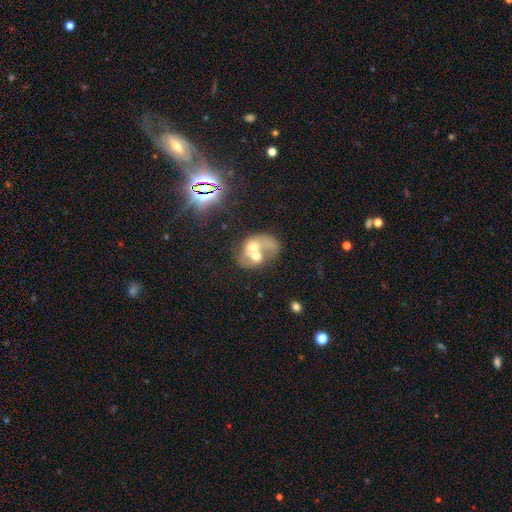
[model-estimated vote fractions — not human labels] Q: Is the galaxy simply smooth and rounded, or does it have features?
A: featured or disk — 52%.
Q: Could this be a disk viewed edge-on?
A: no — 97%.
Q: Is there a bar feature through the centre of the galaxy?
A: no — 86%.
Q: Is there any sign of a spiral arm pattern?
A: no — 72%.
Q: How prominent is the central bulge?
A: moderate — 60%.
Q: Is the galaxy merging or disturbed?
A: merger — 75%.